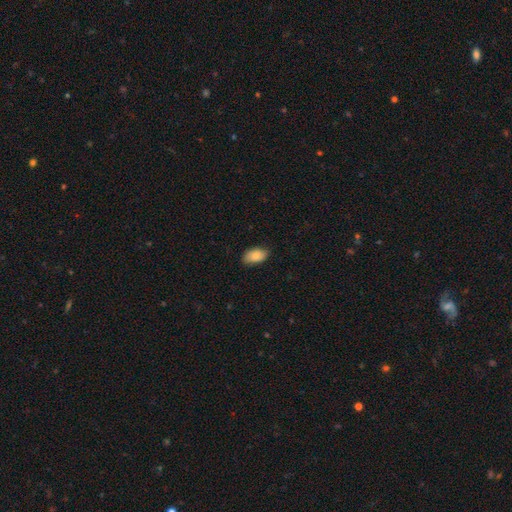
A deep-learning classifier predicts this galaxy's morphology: Smooth or featured: smooth — 86% (featured or disk — 7%)
How rounded: in between — 94% (round — 4%)
Merging: none — 81% (minor disturbance — 15%)